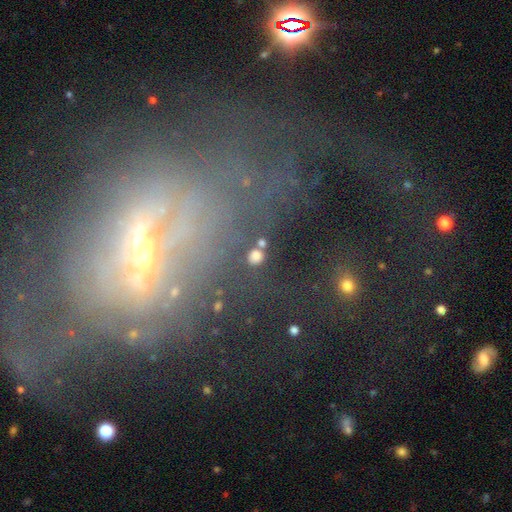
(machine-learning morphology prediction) smooth 77%, star or artifact 18%, featured or disk 5%. Down the decision tree: how rounded — round (86%); merging — none (80%).